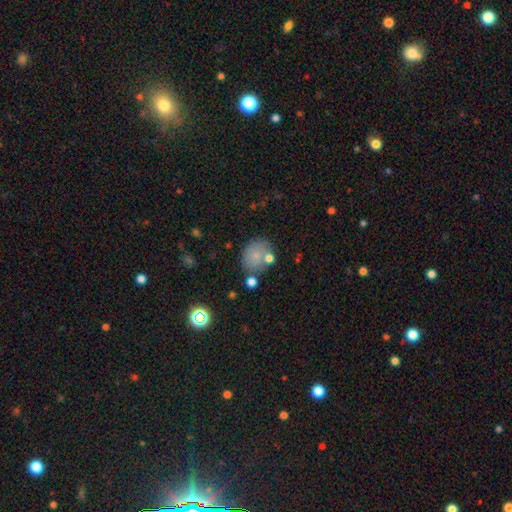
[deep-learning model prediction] smooth_or_featured: smooth (p=0.73) [alt: featured or disk p=0.16]
how_rounded: round (p=0.67) [alt: in between p=0.32]
merging: none (p=0.65) [alt: minor disturbance p=0.16]